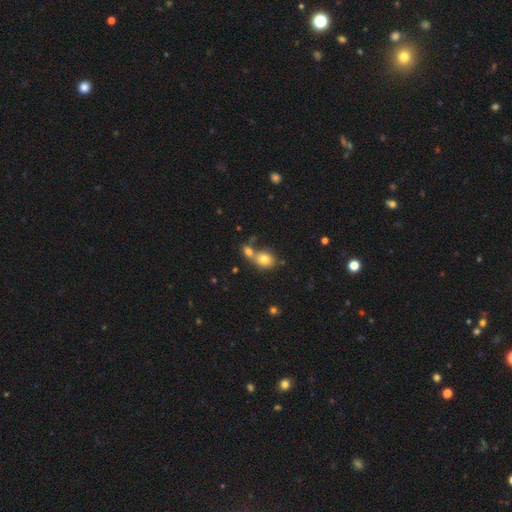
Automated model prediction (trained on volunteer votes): The model was most divided on "merging": none: 44%, merger: 42%, minor disturbance: 10%, major disturbance: 5%. More confident: smooth or featured — smooth (68%); how rounded — round (67%).